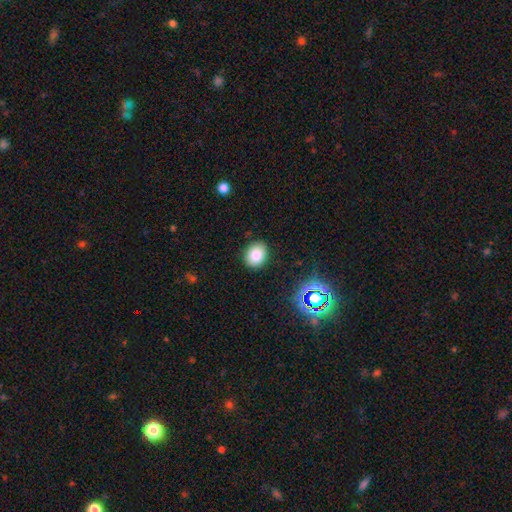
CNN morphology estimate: smooth 83%, star or artifact 11%, featured or disk 6%. Down the decision tree: how rounded — round (51%); merging — none (88%).